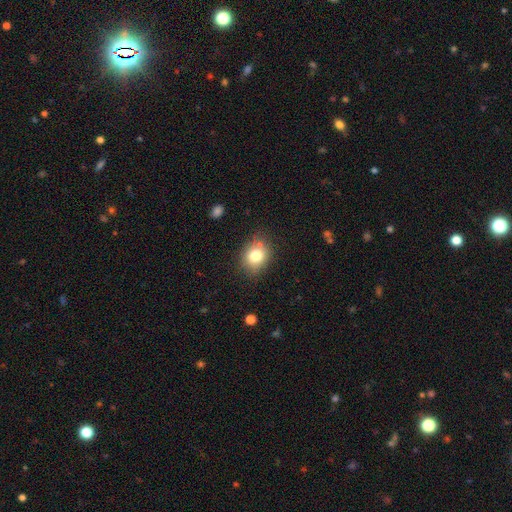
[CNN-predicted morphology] A smooth galaxy with no disk features (78%) that is round (54%). Merging: none (74%).